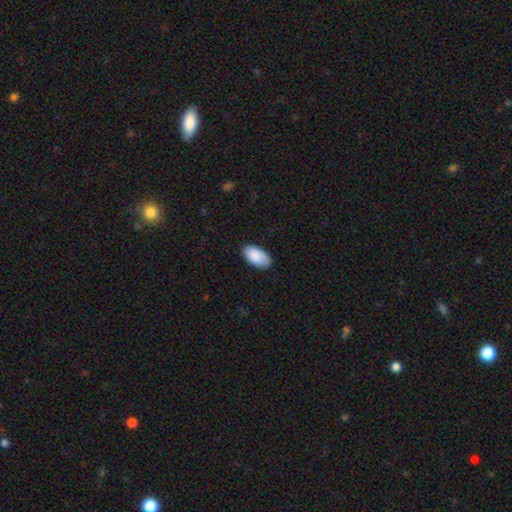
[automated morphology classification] smooth_or_featured: smooth (p=0.90) [alt: star or artifact p=0.06]
how_rounded: in between (p=0.96) [alt: round p=0.02]
merging: none (p=0.85) [alt: minor disturbance p=0.12]